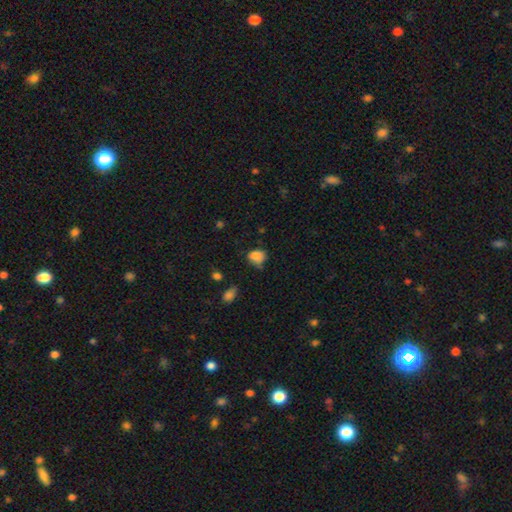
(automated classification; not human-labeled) Q: Smooth or featured?
A: smooth (80%); runner-up: star or artifact (11%)
Q: How rounded?
A: in between (52%); runner-up: round (47%)
Q: Merging?
A: none (45%); runner-up: minor disturbance (37%)